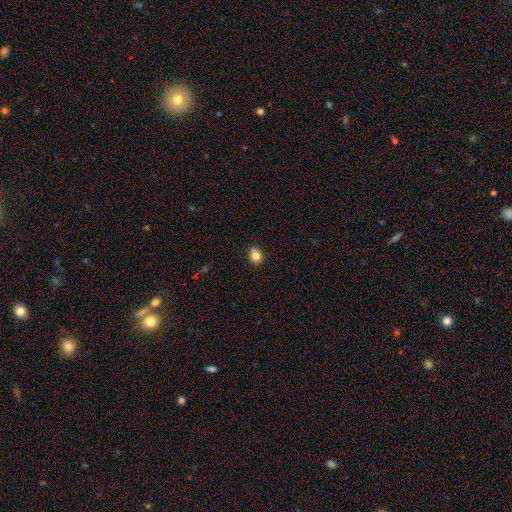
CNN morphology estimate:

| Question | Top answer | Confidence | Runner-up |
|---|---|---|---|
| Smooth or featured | smooth | 80% | star or artifact (12%) |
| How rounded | round | 79% | in between (20%) |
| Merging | none | 66% | minor disturbance (19%) |